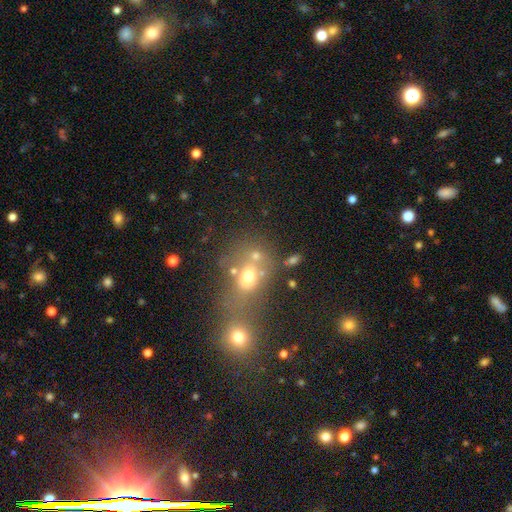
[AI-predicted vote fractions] Q: Smooth or featured?
A: smooth (60%); runner-up: star or artifact (21%)
Q: How rounded?
A: round (53%); runner-up: in between (45%)
Q: Merging?
A: merger (47%); runner-up: none (34%)